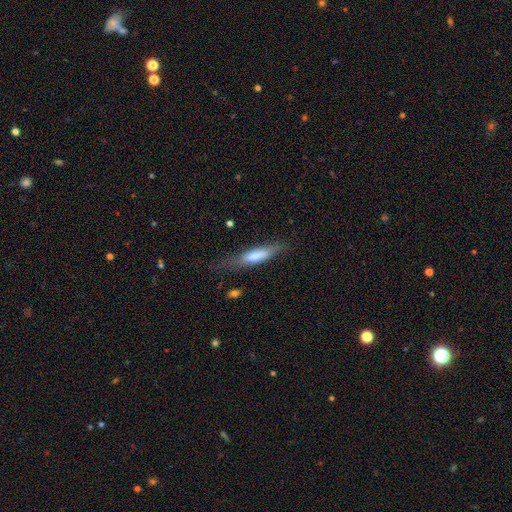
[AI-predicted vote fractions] smooth_or_featured: smooth (p=0.70) [alt: featured or disk p=0.24]
how_rounded: cigar-shaped (p=0.72) [alt: in between p=0.27]
merging: none (p=0.66) [alt: minor disturbance p=0.22]